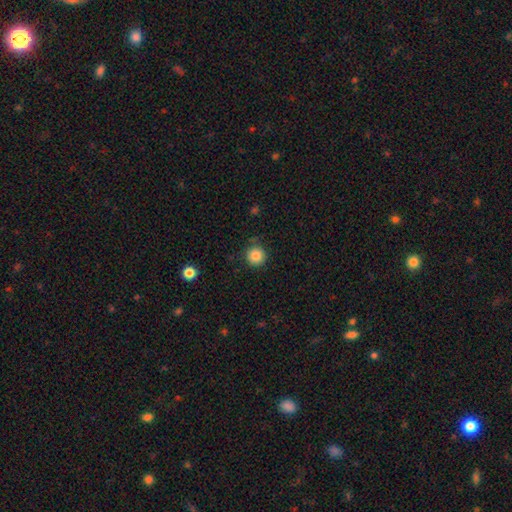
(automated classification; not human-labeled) smooth_or_featured: smooth (p=0.84) [alt: star or artifact p=0.10]
how_rounded: round (p=0.95) [alt: in between p=0.04]
merging: none (p=0.86) [alt: minor disturbance p=0.09]